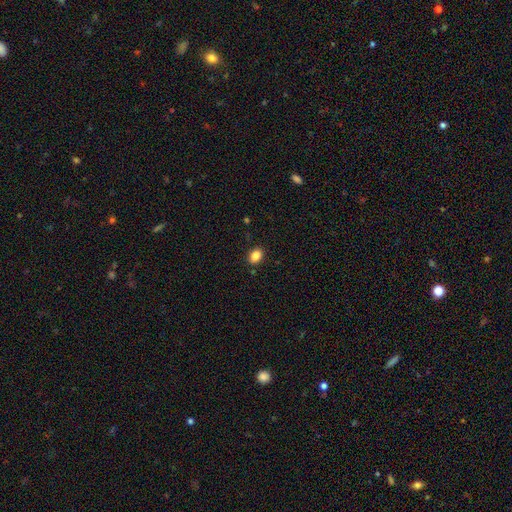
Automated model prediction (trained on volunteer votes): A smooth galaxy with no disk features (85%) that is in between round and cigar-shaped (73%).

Vote fractions:
- Smooth or featured? smooth: 85% / star or artifact: 9% / featured or disk: 5%
- How rounded? in between: 73% / round: 26% / cigar-shaped: 1%
- Merging? none: 87% / minor disturbance: 9% / major disturbance: 2% / merger: 2%